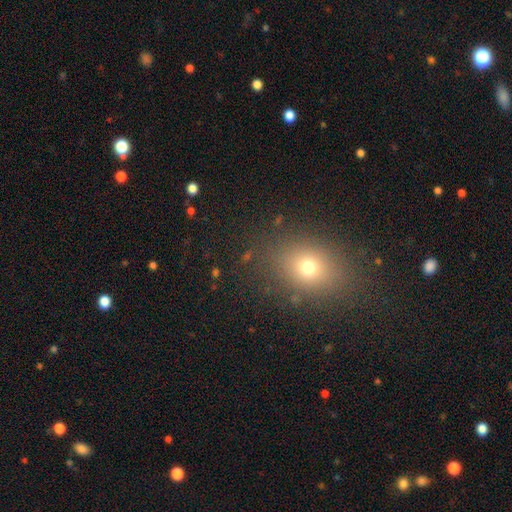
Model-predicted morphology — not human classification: This appears to be a smooth galaxy with no disk features (64%) that is in between round and cigar-shaped (52%). Merging: none (86%).